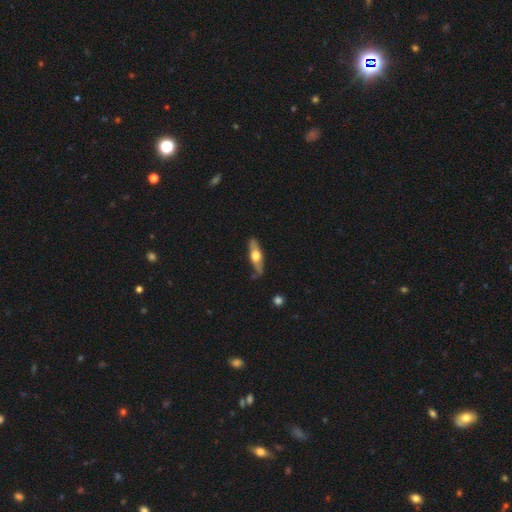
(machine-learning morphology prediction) Overall: featured or disk (54%; smooth 40%). Edge-on disk: yes (79%). Merging: none (72%).